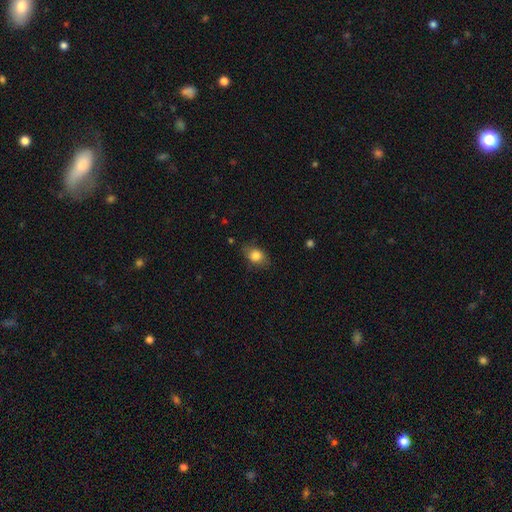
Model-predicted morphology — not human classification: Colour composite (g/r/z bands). It shows a smooth galaxy with no disk features (82%) that is in between round and cigar-shaped (72%). Merging: none (77%).